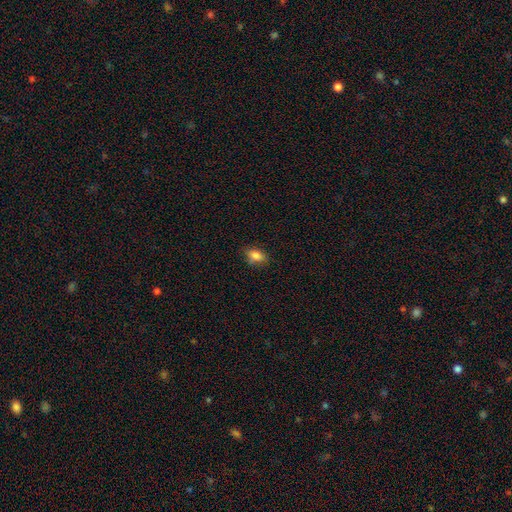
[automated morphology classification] Smooth or featured? Predicted: smooth (p=0.82). How rounded? Predicted: in between (p=0.81). Merging? Predicted: none (p=0.79).